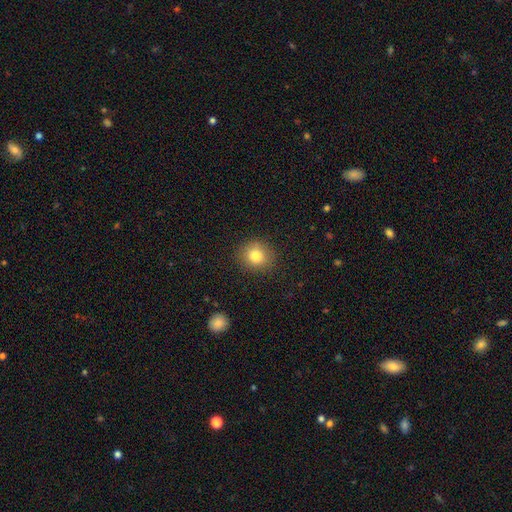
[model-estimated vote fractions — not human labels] smooth_or_featured: smooth (p=0.80) [alt: star or artifact p=0.11]
how_rounded: round (p=0.83) [alt: in between p=0.16]
merging: none (p=0.87) [alt: minor disturbance p=0.09]